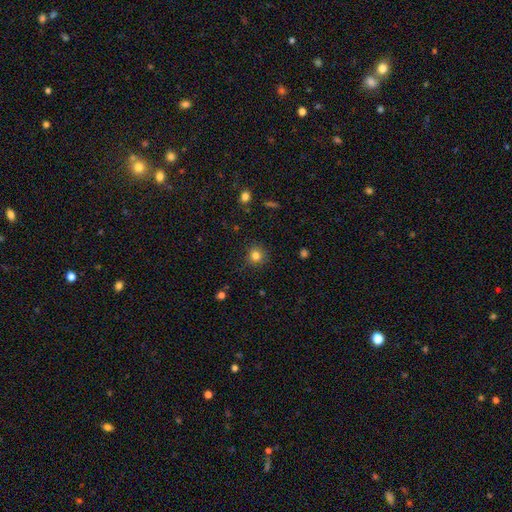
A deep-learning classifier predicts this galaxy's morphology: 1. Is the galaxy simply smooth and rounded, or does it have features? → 81% smooth, 13% star or artifact, 6% featured or disk.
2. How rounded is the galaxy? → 92% round, 7% in between, 1% cigar-shaped.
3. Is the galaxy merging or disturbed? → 87% none, 9% minor disturbance, 3% major disturbance, 1% merger.